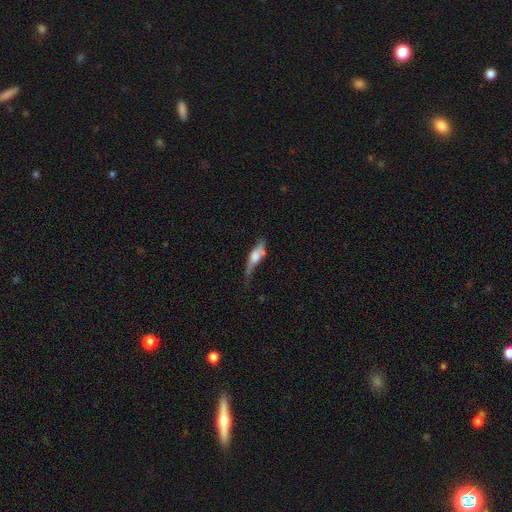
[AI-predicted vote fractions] Smooth or featured? smooth (52%)
How rounded? cigar-shaped (50%)
Merging? none (34%, tied with minor disturbance)